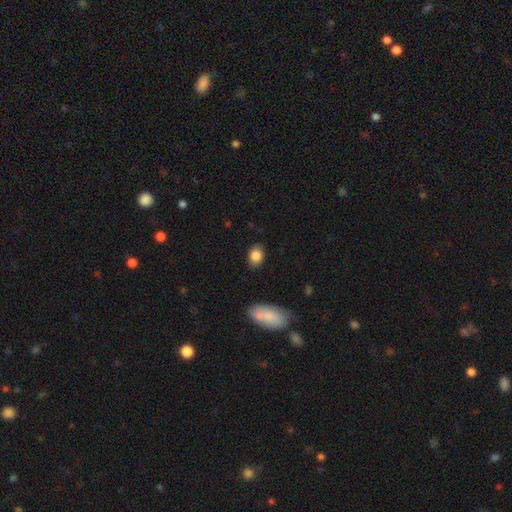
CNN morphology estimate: Smooth or featured? Predicted: smooth (p=0.86). How rounded? Predicted: in between (p=0.67). Merging? Predicted: none (p=0.83).